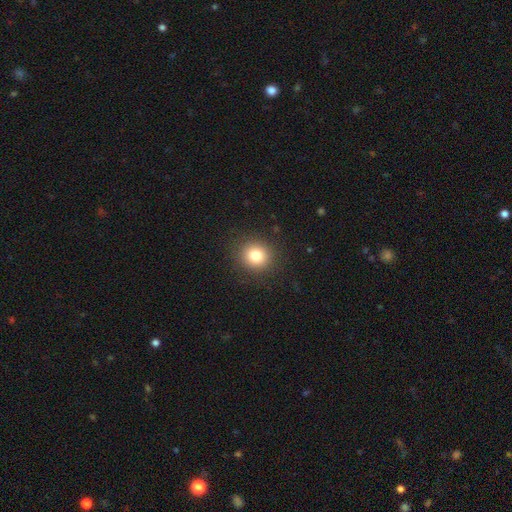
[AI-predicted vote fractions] A smooth galaxy with no disk features (81%) that is round (88%). Merging: none (90%).